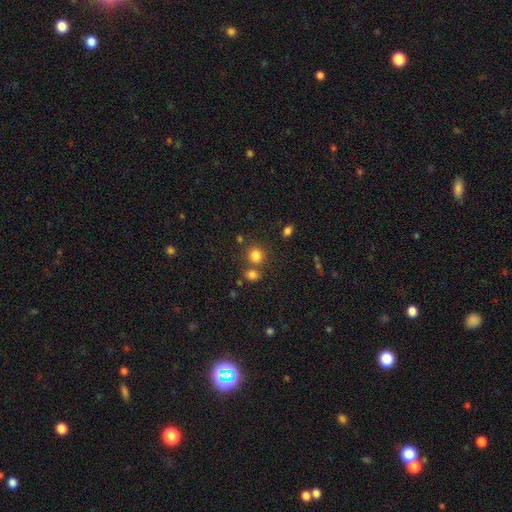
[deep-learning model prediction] This appears to be a smooth galaxy with no disk features (81%) that is round (82%). Merging: none (67%).